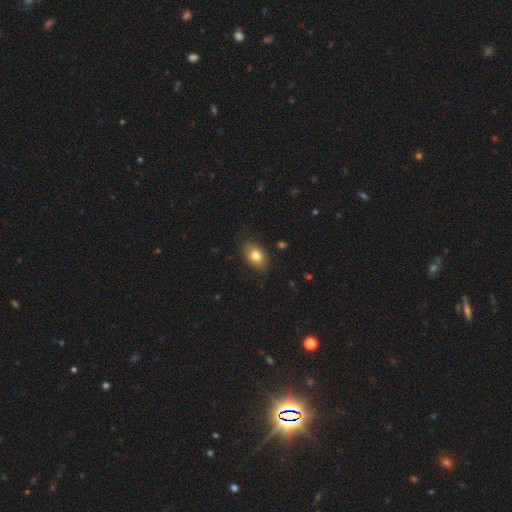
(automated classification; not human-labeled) Smooth or featured?
  - smooth: 79% *
  - featured or disk: 12%
  - star or artifact: 9%
How rounded?
  - in between: 83% *
  - round: 15%
  - cigar-shaped: 2%
Merging?
  - none: 83% *
  - minor disturbance: 13%
  - major disturbance: 2%
  - merger: 1%